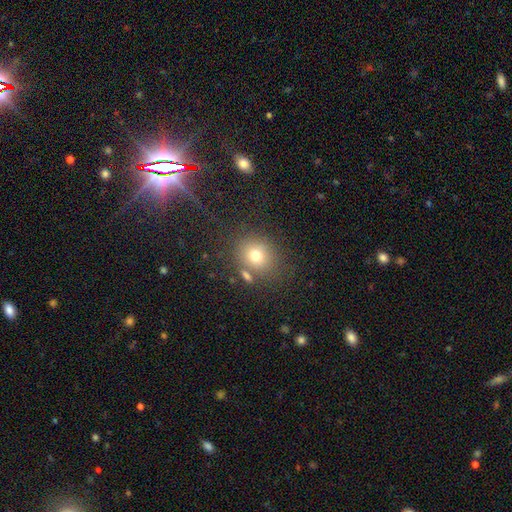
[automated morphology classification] Smooth or featured? smooth (74%)
How rounded? round (76%)
Merging? none (72%)